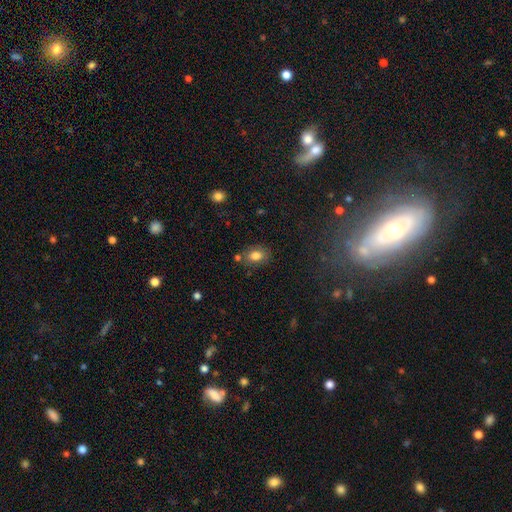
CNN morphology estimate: This appears to be a smooth galaxy with no disk features (81%) that is in between round and cigar-shaped (73%). Merging: none (75%).